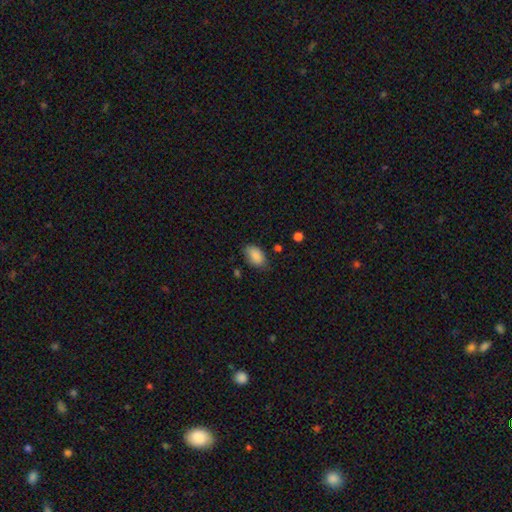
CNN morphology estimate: Overall: smooth (87%). How rounded: in between (91%). Merging: none (72%).